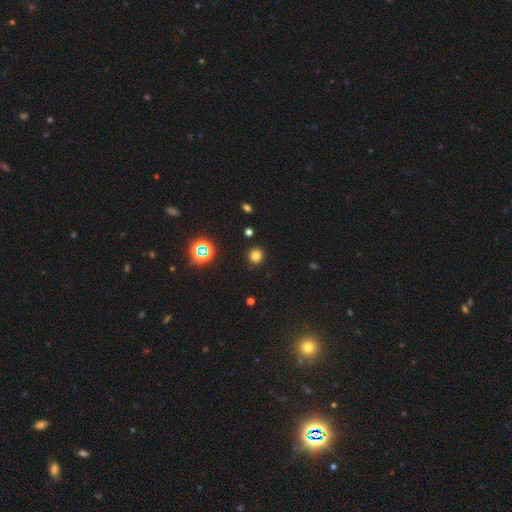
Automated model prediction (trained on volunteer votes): Smooth or featured: smooth — 75% (star or artifact — 20%)
How rounded: round — 93% (in between — 6%)
Merging: none — 91% (minor disturbance — 6%)